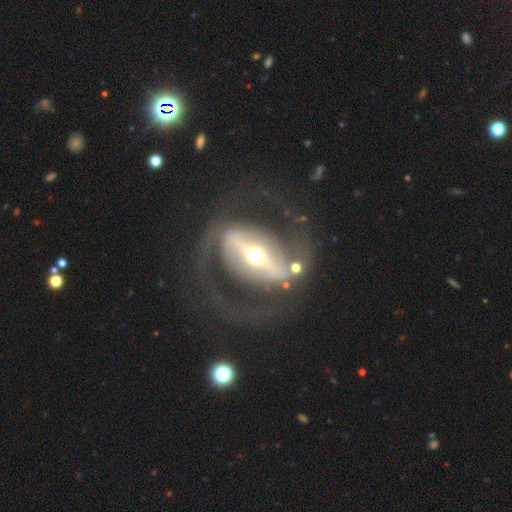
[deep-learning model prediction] Smooth or featured? Predicted: featured or disk (p=0.83). Edge-on disk? Predicted: no (p=0.89). Bar? Predicted: strong (p=0.75). Spiral arms? Predicted: yes (p=0.59). Bulge size? Predicted: moderate (p=0.64). Merging? Predicted: none (p=0.63).